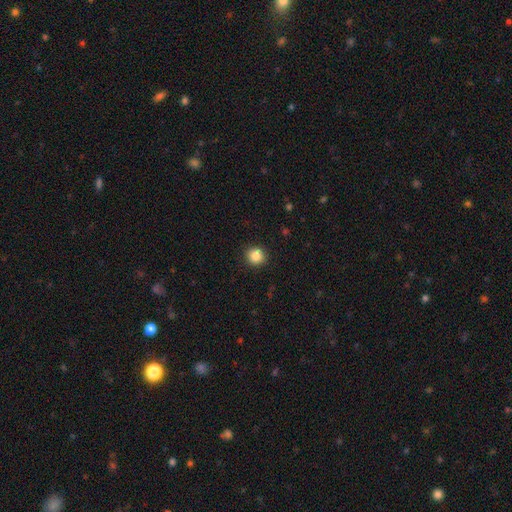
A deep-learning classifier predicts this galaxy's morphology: smooth 86%, star or artifact 10%, featured or disk 4%. Down the decision tree: how rounded — round (91%); merging — none (91%).